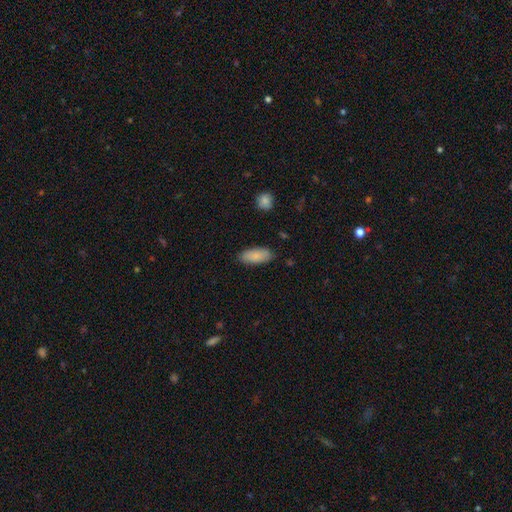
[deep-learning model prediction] A smooth galaxy with no disk features (86%) that is in between round and cigar-shaped (88%).

Vote fractions:
- Smooth or featured? smooth: 86% / featured or disk: 8% / star or artifact: 6%
- How rounded? in between: 88% / cigar-shaped: 10% / round: 2%
- Merging? none: 84% / minor disturbance: 12% / major disturbance: 2% / merger: 1%